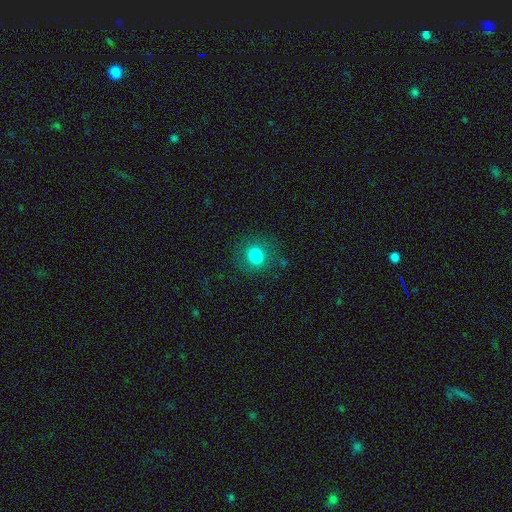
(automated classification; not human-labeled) smooth-or-featured: smooth: 80% | star or artifact: 11% | featured or disk: 9%
  how-rounded: round: 76% | in between: 23% | cigar-shaped: 1%
  merging: none: 81% | minor disturbance: 12% | major disturbance: 6% | merger: 2%